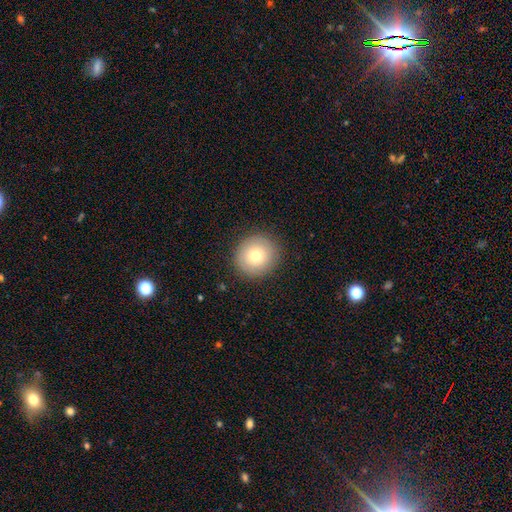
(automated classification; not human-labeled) Morphology: type=smooth (75%); roundness=round (93%); merging=none (90%).